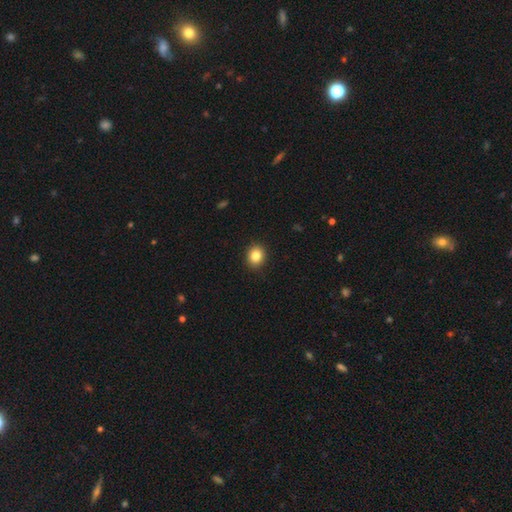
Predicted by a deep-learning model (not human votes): Smooth or featured? Predicted: smooth (p=0.85). How rounded? Predicted: round (p=0.73). Merging? Predicted: none (p=0.91).